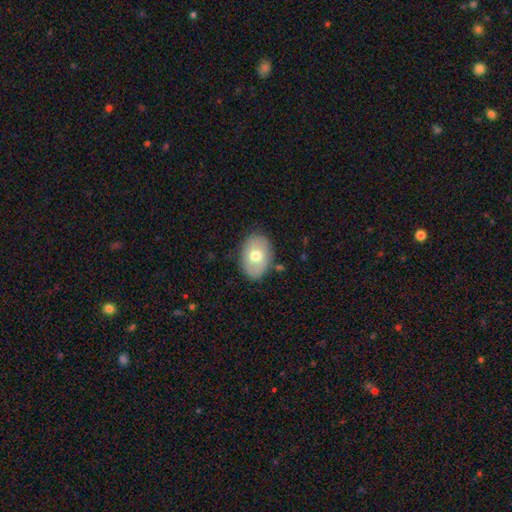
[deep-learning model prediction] smooth 68%, featured or disk 25%, star or artifact 7%. Down the decision tree: how rounded — in between (79%); merging — none (82%).